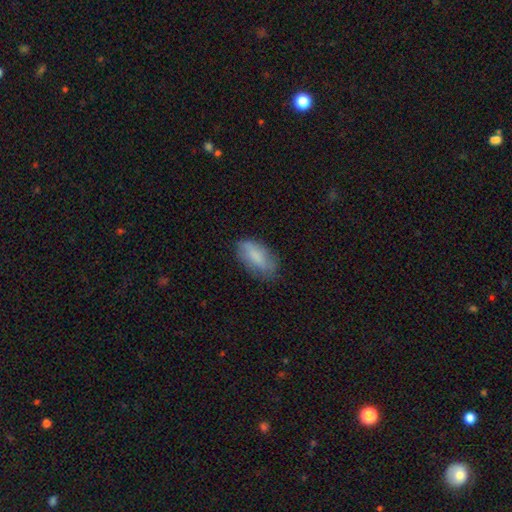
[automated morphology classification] Smooth or featured? Predicted: smooth (p=0.77). How rounded? Predicted: in between (p=0.86). Merging? Predicted: none (p=0.69).